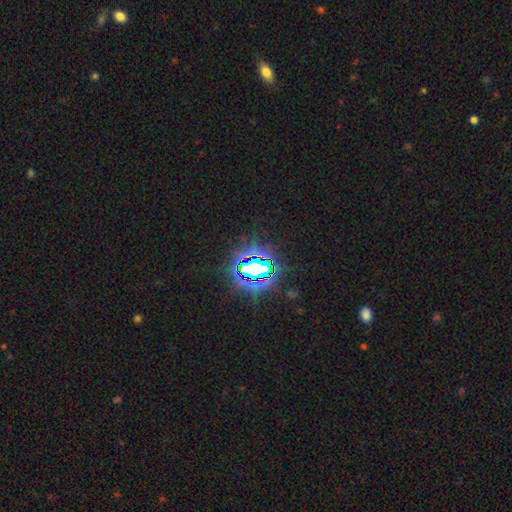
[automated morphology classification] A star or artifact, not a galaxy (81%).

Vote fractions:
- Smooth or featured? star or artifact: 81% / smooth: 12% / featured or disk: 7%